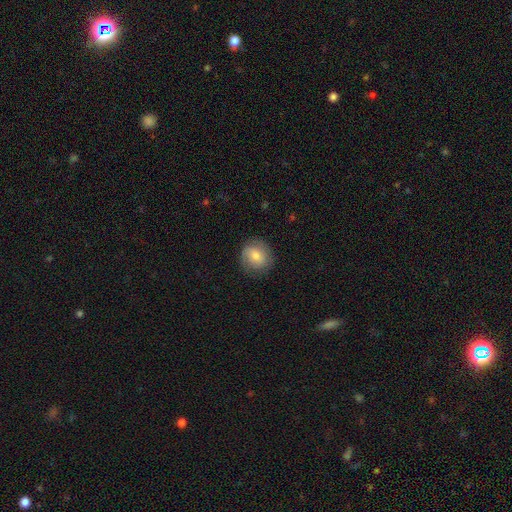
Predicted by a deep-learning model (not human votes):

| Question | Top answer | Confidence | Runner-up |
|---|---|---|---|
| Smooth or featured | smooth | 64% | featured or disk (28%) |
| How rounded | round | 85% | in between (14%) |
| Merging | none | 83% | minor disturbance (12%) |